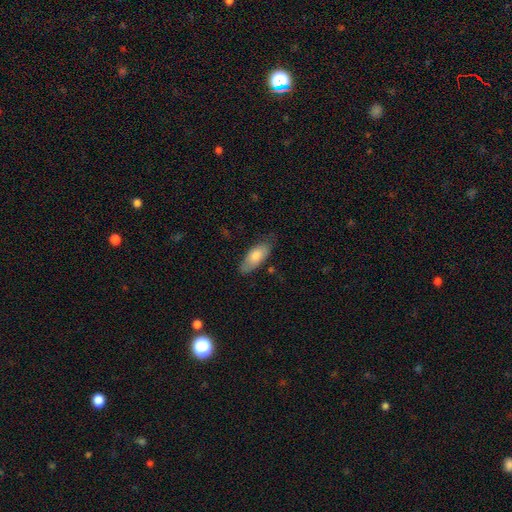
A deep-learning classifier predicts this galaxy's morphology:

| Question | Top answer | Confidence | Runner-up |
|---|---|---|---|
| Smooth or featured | smooth | 76% | featured or disk (18%) |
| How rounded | in between | 81% | cigar-shaped (17%) |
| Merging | none | 73% | minor disturbance (21%) |